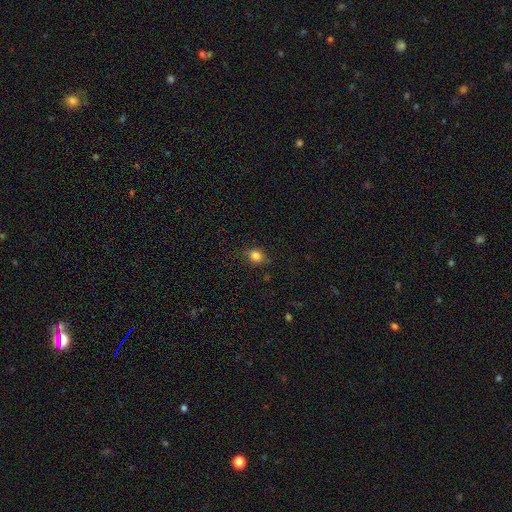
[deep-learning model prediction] A smooth galaxy with no disk features (81%) that is round (62%). Merging: none (77%).